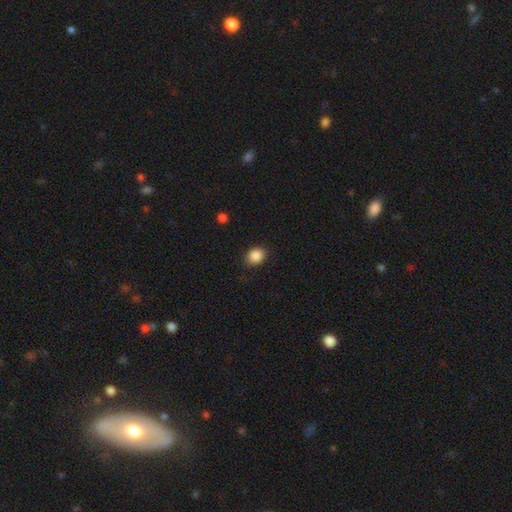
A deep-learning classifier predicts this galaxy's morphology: Smooth or featured? smooth (87%)
How rounded? round (55%)
Merging? none (86%)